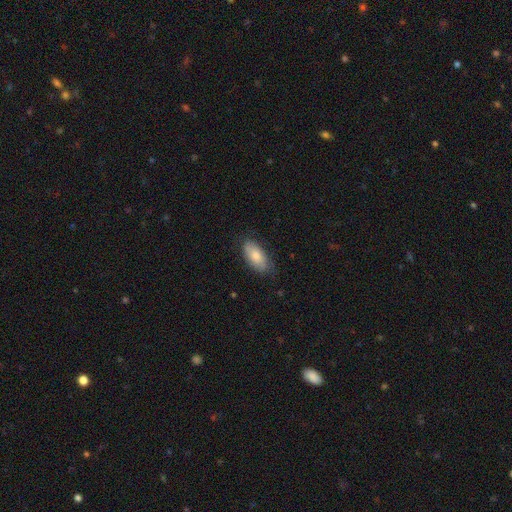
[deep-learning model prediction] A smooth galaxy with no disk features (77%) that is in between round and cigar-shaped (91%).

Vote fractions:
- Smooth or featured? smooth: 77% / featured or disk: 17% / star or artifact: 6%
- How rounded? in between: 91% / cigar-shaped: 6% / round: 2%
- Merging? none: 73% / minor disturbance: 22% / major disturbance: 4% / merger: 1%